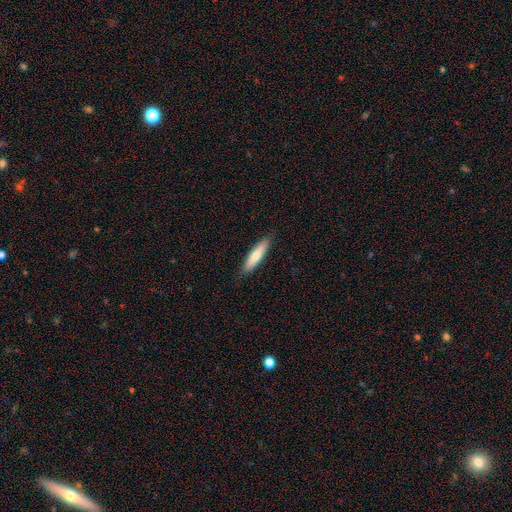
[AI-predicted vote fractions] Smooth or featured: smooth — 72% (featured or disk — 23%)
How rounded: cigar-shaped — 79% (in between — 20%)
Merging: none — 87% (minor disturbance — 10%)